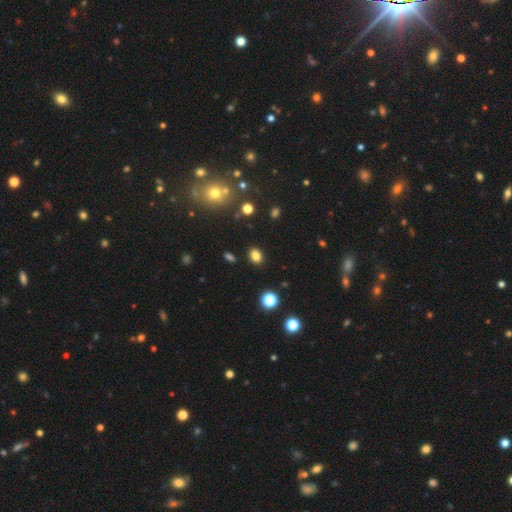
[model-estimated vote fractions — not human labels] smooth-or-featured: smooth: 81% | star or artifact: 15% | featured or disk: 5%
  how-rounded: in between: 63% | round: 36% | cigar-shaped: 1%
  merging: none: 88% | minor disturbance: 8% | major disturbance: 2% | merger: 2%